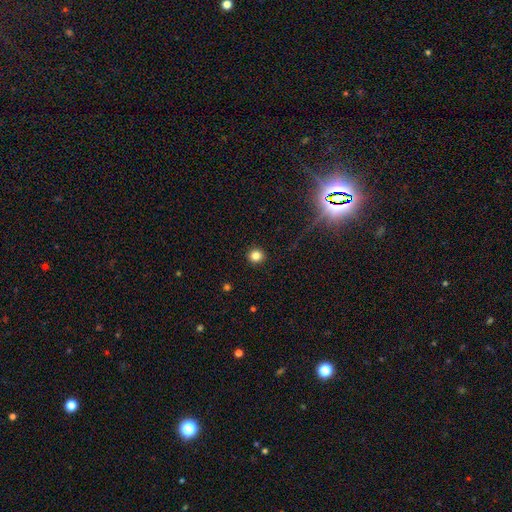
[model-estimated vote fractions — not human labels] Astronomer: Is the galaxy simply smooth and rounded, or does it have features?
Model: smooth — 83%.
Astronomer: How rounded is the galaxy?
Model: round — 91%.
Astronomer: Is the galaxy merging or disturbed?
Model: none — 93%.